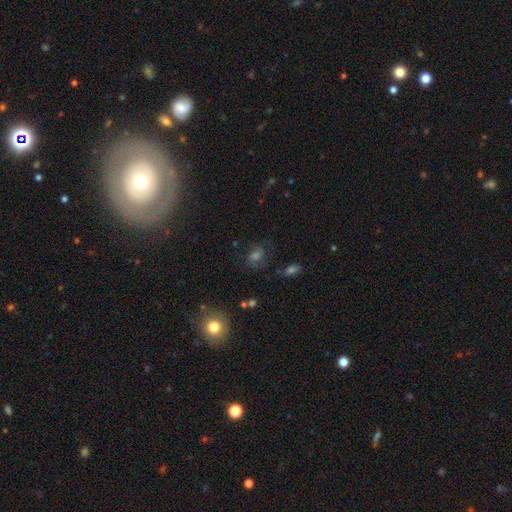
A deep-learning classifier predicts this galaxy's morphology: A smooth galaxy with no disk features (38%). Merging: none (72%).